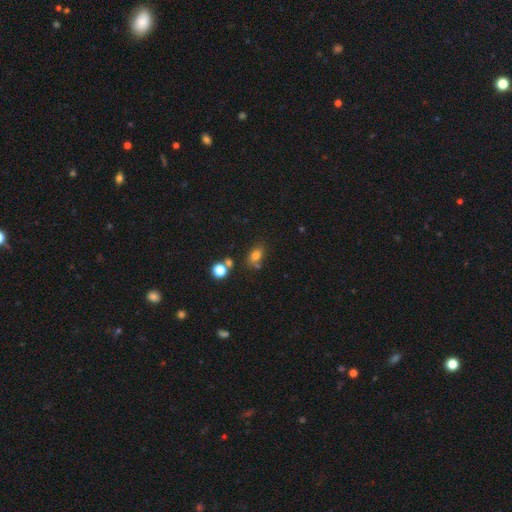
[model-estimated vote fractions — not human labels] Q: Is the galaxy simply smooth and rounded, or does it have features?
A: smooth — 77%.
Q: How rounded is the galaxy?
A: in between — 74%.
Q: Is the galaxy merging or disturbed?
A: none — 64%.